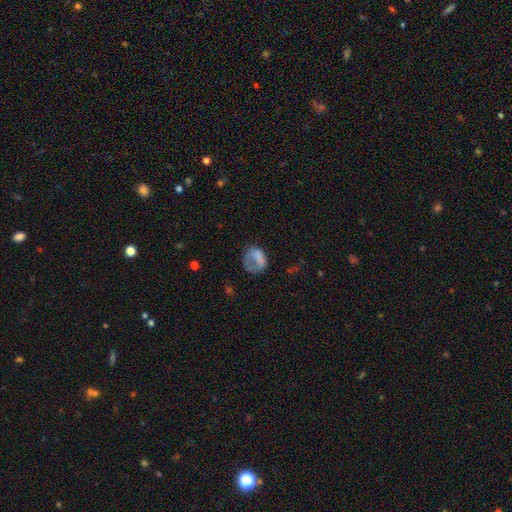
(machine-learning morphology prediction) Q: Smooth or featured?
A: smooth (66%); runner-up: featured or disk (23%)
Q: How rounded?
A: round (57%); runner-up: in between (42%)
Q: Merging?
A: none (37%); runner-up: major disturbance (35%)